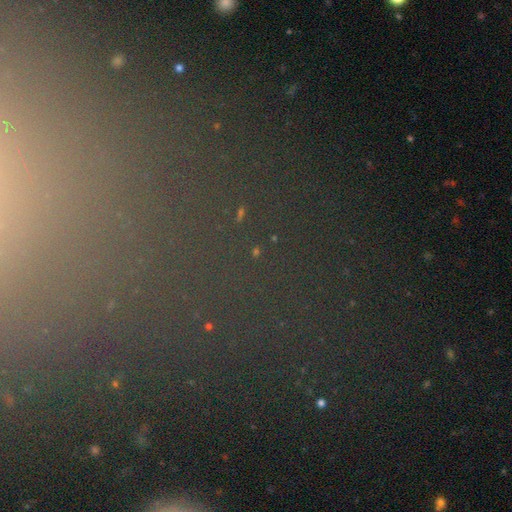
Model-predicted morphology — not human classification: Q: Smooth or featured?
A: star or artifact (71%); runner-up: smooth (18%)